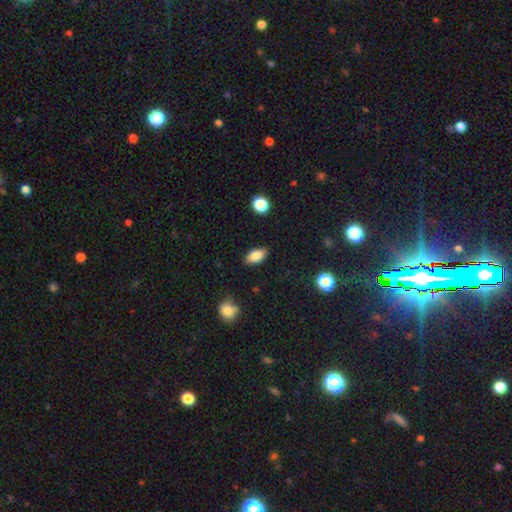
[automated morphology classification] The model was most divided on "merging": none: 84%, minor disturbance: 12%, major disturbance: 3%, merger: 2%. More confident: how rounded — in between (89%); smooth or featured — smooth (83%).